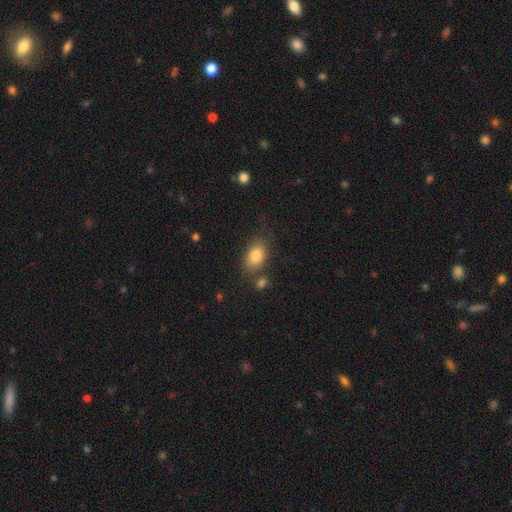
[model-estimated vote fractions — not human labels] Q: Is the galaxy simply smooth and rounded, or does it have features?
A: smooth — 83%.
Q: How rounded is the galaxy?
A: in between — 84%.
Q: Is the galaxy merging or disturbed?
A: none — 70%.